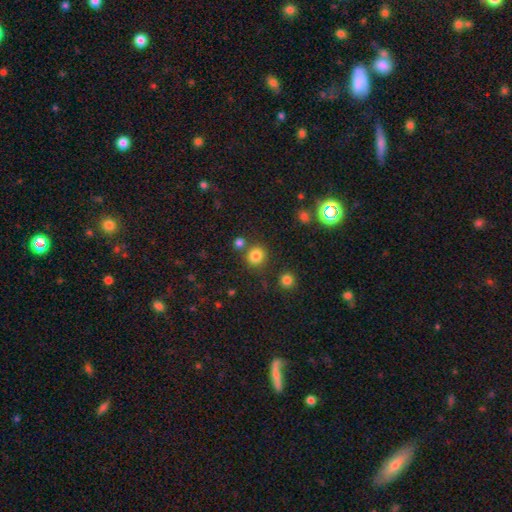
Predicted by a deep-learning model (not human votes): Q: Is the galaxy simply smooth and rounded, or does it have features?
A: smooth — 81%.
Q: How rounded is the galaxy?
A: round — 87%.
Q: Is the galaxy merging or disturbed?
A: none — 78%.